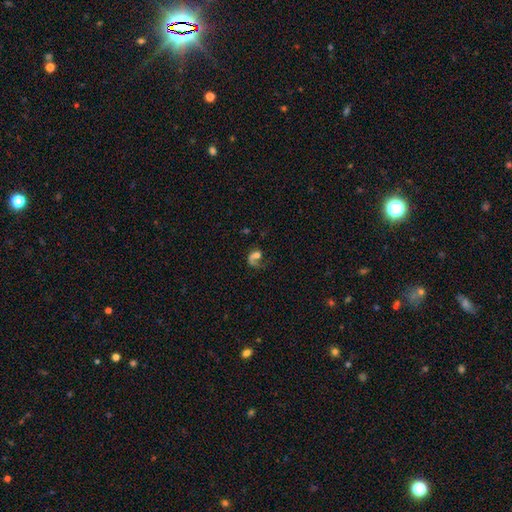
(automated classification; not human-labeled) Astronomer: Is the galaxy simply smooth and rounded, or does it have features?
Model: featured or disk — 54% (runner-up: smooth, 33%).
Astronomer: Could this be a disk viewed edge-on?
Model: no — 97%.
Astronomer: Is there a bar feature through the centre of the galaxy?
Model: no — 72%.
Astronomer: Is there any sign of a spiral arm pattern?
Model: yes — 76%.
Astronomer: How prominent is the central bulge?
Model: moderate — 40% (runner-up: small, 24%).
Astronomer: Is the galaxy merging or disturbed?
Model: major disturbance — 45% (runner-up: none, 31%).